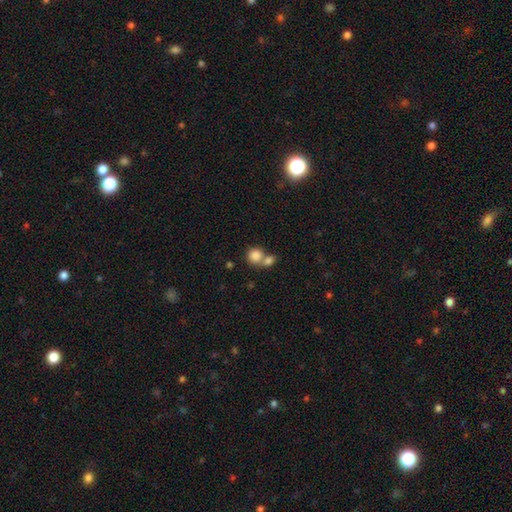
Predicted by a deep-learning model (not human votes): A smooth galaxy with no disk features (83%) that is round (81%).

Vote fractions:
- Smooth or featured? smooth: 83% / star or artifact: 9% / featured or disk: 8%
- How rounded? round: 81% / in between: 18% / cigar-shaped: 1%
- Merging? merger: 52% / none: 37% / minor disturbance: 7% / major disturbance: 4%